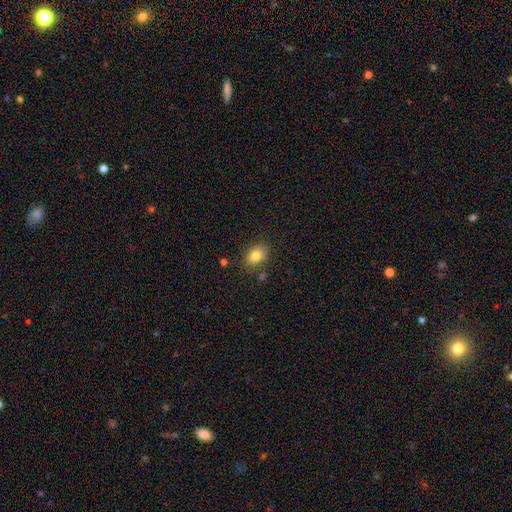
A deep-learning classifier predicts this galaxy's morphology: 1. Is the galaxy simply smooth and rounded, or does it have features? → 82% smooth, 10% star or artifact, 8% featured or disk.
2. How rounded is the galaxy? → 68% in between, 31% round, 1% cigar-shaped.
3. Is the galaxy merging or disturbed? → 82% none, 12% minor disturbance, 4% merger, 3% major disturbance.